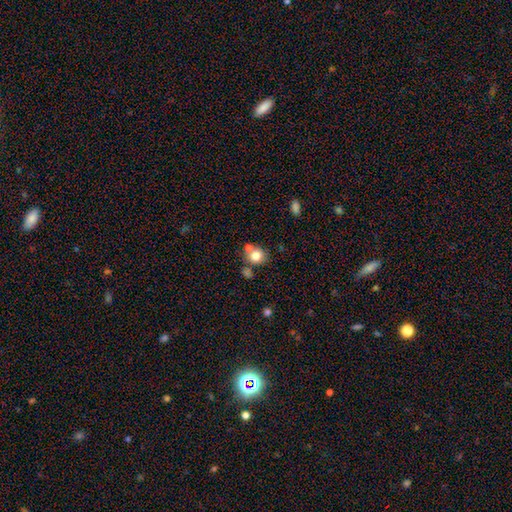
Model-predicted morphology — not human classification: Smooth or featured? smooth (79%)
How rounded? round (77%)
Merging? none (57%)